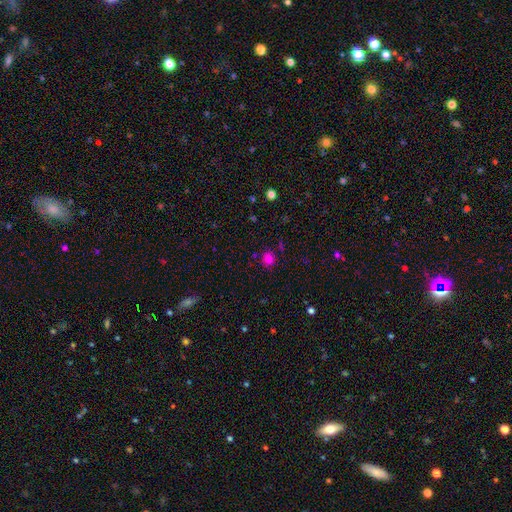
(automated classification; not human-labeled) Smooth or featured? smooth (78%)
How rounded? round (81%)
Merging? none (84%)